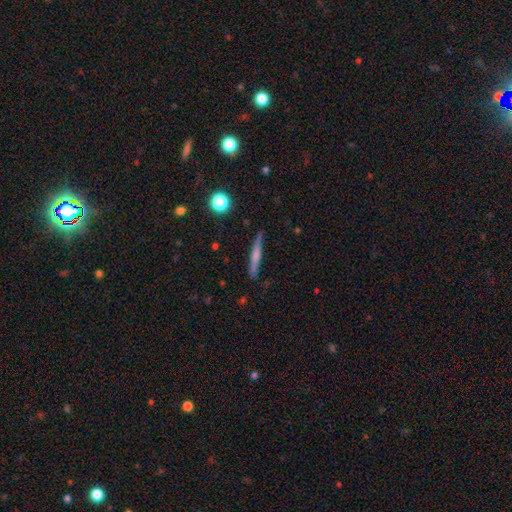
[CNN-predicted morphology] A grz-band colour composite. It shows a smooth galaxy with no disk features (50%). Merging: none (87%).